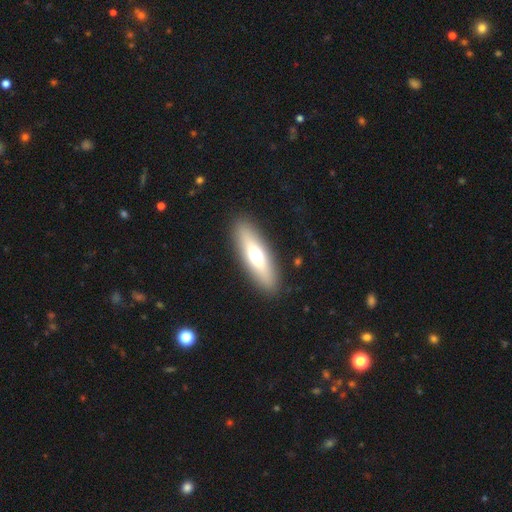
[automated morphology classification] Smooth or featured? smooth (59%)
How rounded? cigar-shaped (59%)
Merging? none (90%)